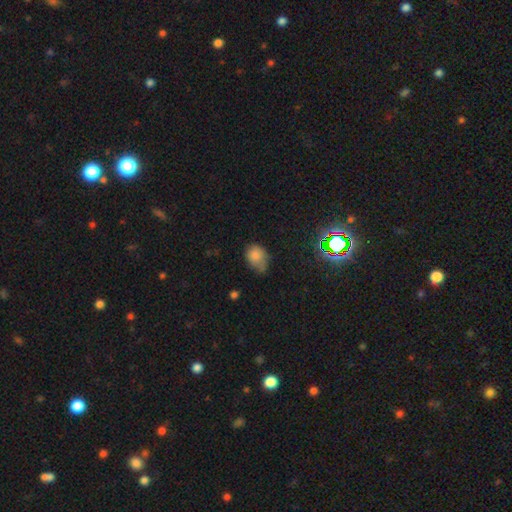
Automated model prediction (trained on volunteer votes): Smooth or featured: smooth — 79% (star or artifact — 13%)
How rounded: in between — 60% (round — 39%)
Merging: none — 43% (minor disturbance — 41%)